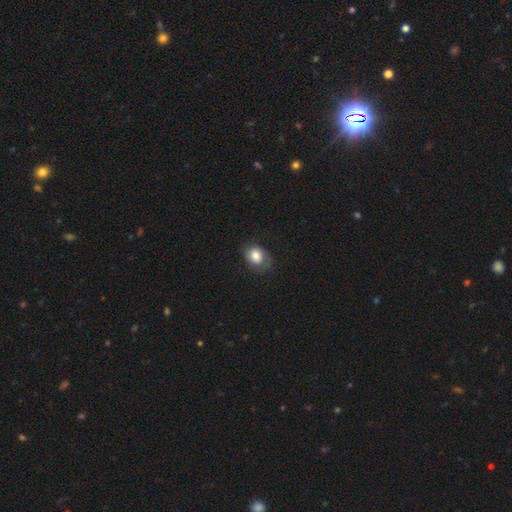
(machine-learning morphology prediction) Smooth or featured? smooth (75%)
How rounded? in between (55%)
Merging? none (60%)